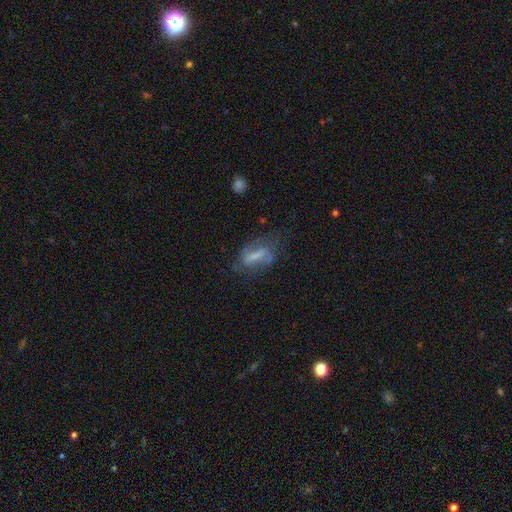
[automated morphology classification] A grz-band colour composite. It shows a featured or disk galaxy (61%) with a strong bar (52%), spiral arms (76%) and no central bulge (43%). Merging: none (51%).